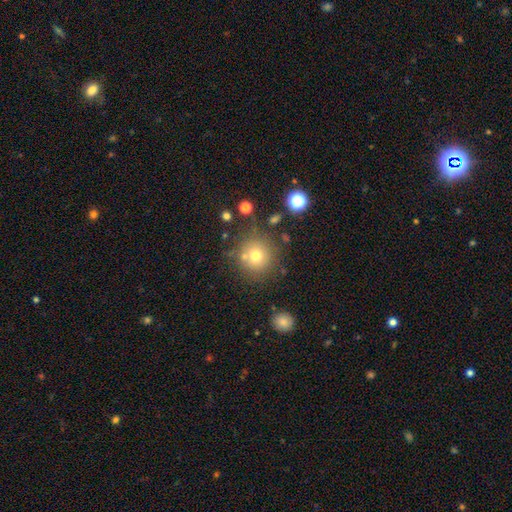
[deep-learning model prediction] Smooth or featured? smooth (73%)
How rounded? round (93%)
Merging? none (75%)